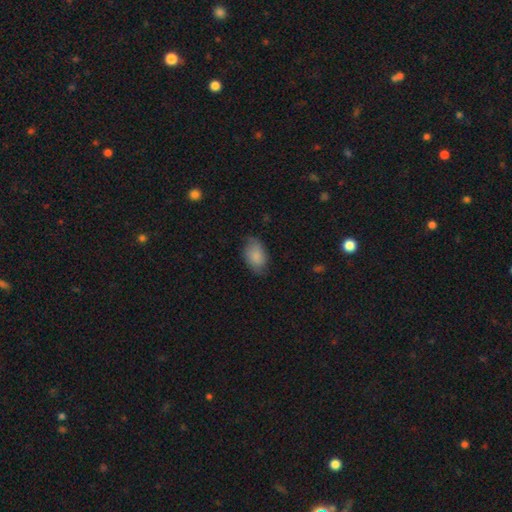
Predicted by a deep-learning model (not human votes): smooth-or-featured: smooth: 82% | featured or disk: 11% | star or artifact: 7%
  how-rounded: in between: 90% | round: 8% | cigar-shaped: 1%
  merging: none: 70% | minor disturbance: 24% | major disturbance: 5% | merger: 1%